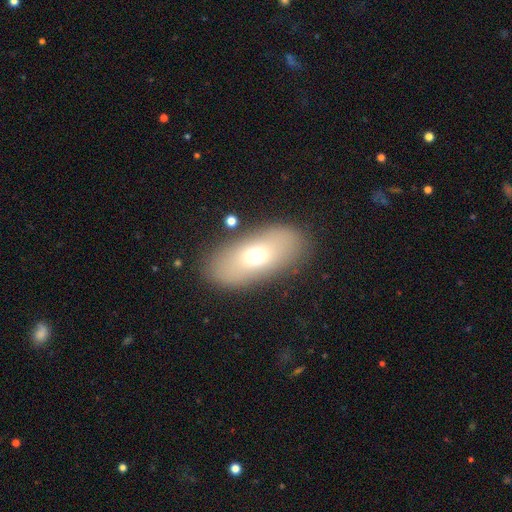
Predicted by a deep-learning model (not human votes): This is likely a smooth galaxy (65%). How rounded: clearly in between (86%). Merging: clearly none (85%).